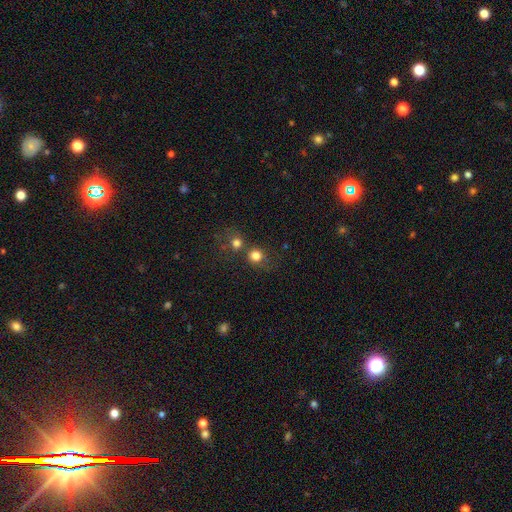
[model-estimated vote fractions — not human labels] Smooth or featured? smooth (78%)
How rounded? round (87%)
Merging? none (57%)